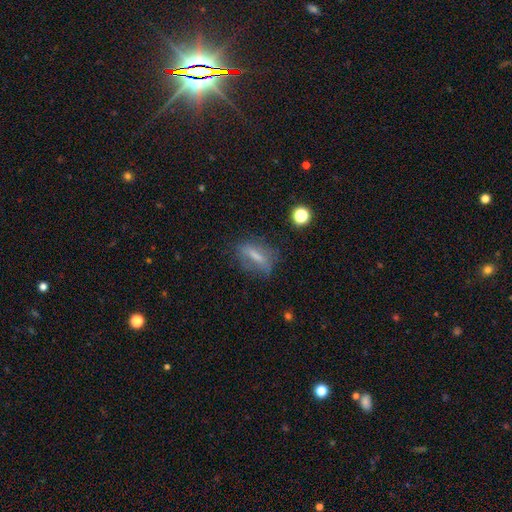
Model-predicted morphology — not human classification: Q: Smooth or featured?
A: smooth (51%); runner-up: featured or disk (36%)
Q: How rounded?
A: in between (49%); runner-up: cigar-shaped (43%)
Q: Merging?
A: none (63%); runner-up: minor disturbance (22%)